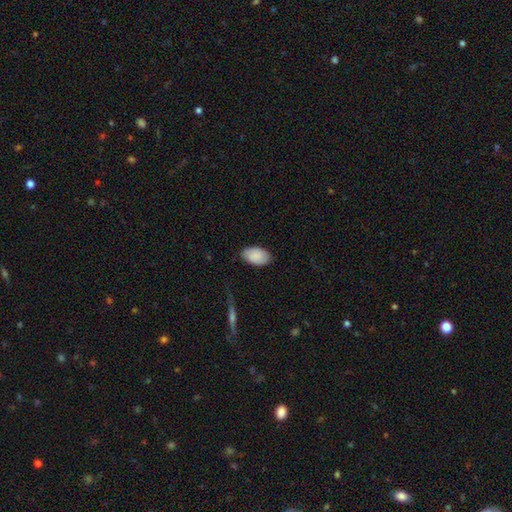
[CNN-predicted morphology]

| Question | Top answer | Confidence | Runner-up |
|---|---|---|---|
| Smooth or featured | smooth | 85% | featured or disk (9%) |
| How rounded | in between | 94% | round (5%) |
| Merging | none | 81% | minor disturbance (15%) |